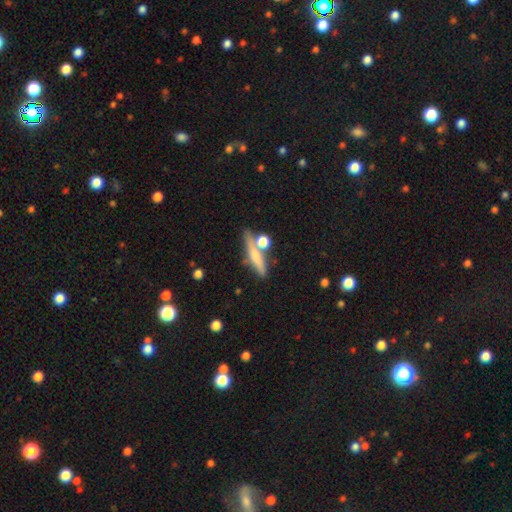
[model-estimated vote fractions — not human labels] smooth 59%, featured or disk 32%, star or artifact 9%. Down the decision tree: how rounded — cigar-shaped (73%); merging — none (58%).